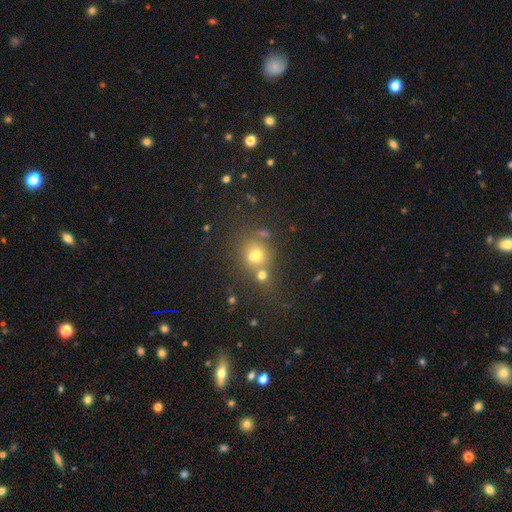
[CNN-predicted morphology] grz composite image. It shows a smooth galaxy with no disk features (65%) that is round (78%). Merging: none (52%).